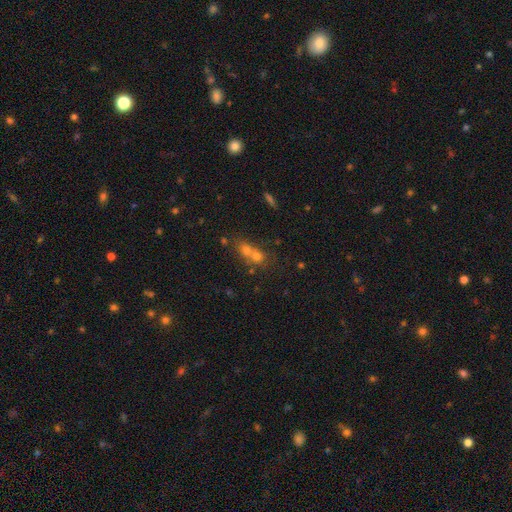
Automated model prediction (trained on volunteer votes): Smooth or featured: smooth — 57% (star or artifact — 22%)
How rounded: round — 70% (in between — 26%)
Merging: merger — 63% (none — 29%)